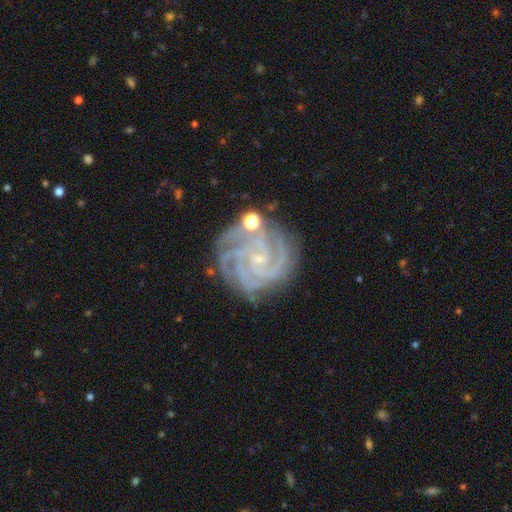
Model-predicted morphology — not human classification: featured or disk 86%, star or artifact 9%, smooth 5%. Down the decision tree: edge-on disk — no (98%); bar — no (66%); spiral arms — yes (98%); spiral arm count — 4 (34%); spiral winding — tight (78%); bulge size — small (81%); merging — none (73%).